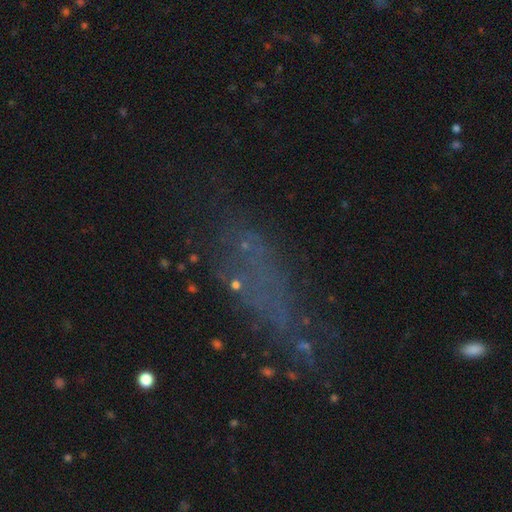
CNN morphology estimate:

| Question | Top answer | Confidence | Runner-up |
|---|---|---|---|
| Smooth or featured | star or artifact | 36% | smooth (35%) |